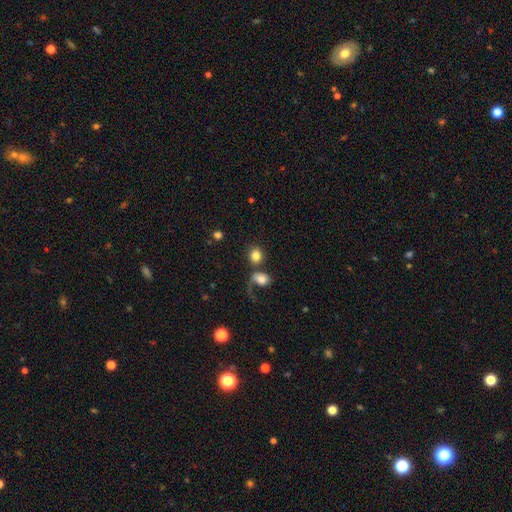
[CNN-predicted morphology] Smooth or featured? Predicted: smooth (p=0.80). How rounded? Predicted: round (p=0.70). Merging? Predicted: none (p=0.53).